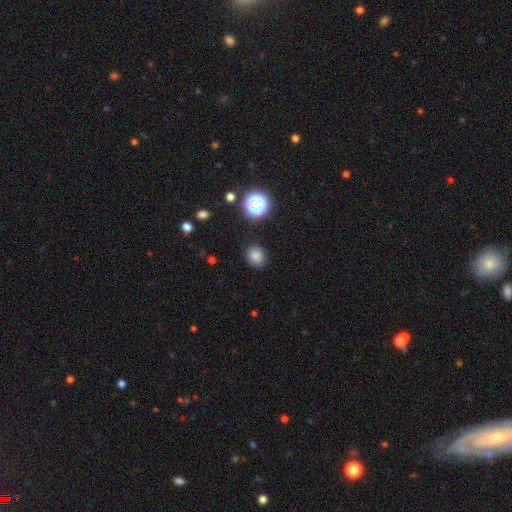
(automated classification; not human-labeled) A smooth galaxy with no disk features (80%) that is round (73%).

Vote fractions:
- Smooth or featured? smooth: 80% / star or artifact: 15% / featured or disk: 6%
- How rounded? round: 73% / in between: 26% / cigar-shaped: 1%
- Merging? none: 87% / minor disturbance: 9% / major disturbance: 3% / merger: 2%